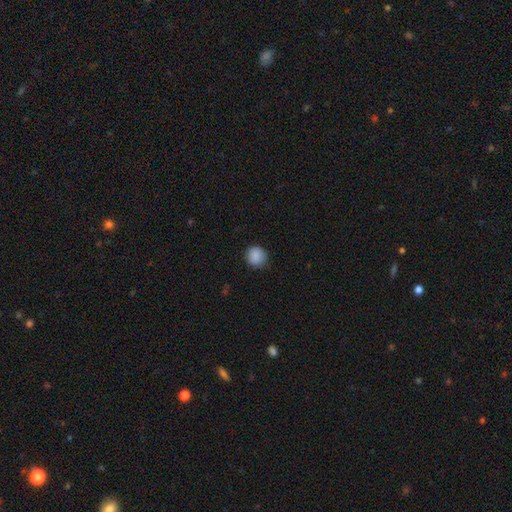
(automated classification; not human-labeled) The model was most divided on "merging": none: 86%, minor disturbance: 11%, major disturbance: 2%, merger: 1%. More confident: how rounded — round (91%); smooth or featured — smooth (89%).